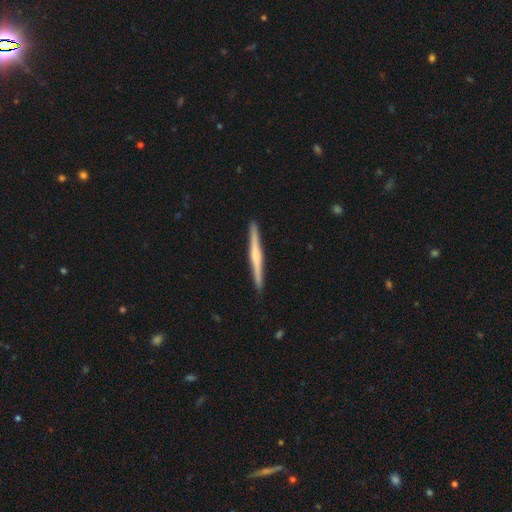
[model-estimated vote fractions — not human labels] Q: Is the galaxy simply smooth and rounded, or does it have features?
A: featured or disk — 62%.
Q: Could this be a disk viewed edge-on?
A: yes — 98%.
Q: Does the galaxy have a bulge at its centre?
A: rounded — 50%.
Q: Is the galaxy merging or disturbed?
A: none — 92%.